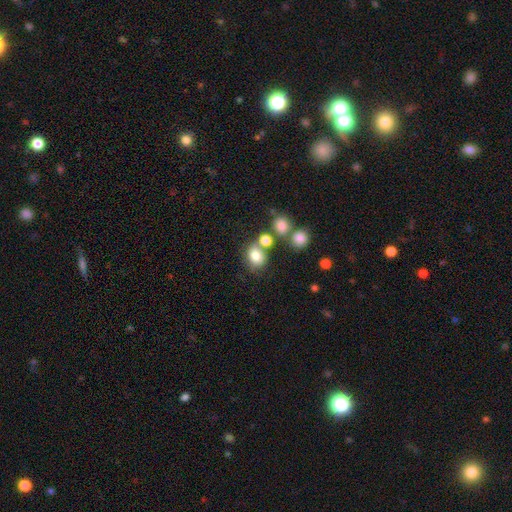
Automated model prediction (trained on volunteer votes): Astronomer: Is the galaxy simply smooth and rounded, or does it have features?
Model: smooth — 79%.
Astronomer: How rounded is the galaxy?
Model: round — 58% (runner-up: in between, 41%).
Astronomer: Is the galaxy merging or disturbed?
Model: none — 58%.